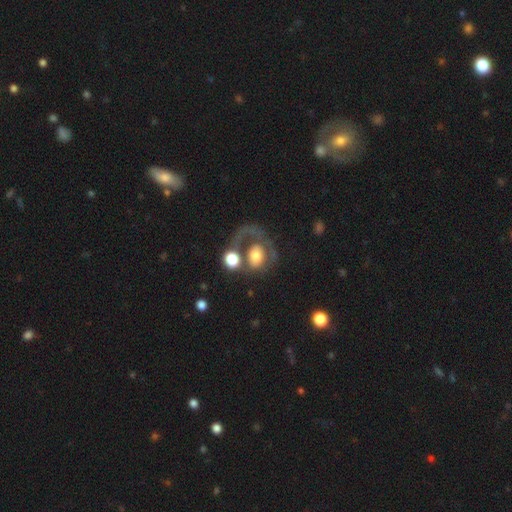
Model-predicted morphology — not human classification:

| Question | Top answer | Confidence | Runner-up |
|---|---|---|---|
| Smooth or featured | smooth | 48% | featured or disk (42%) |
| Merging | major disturbance | 35% | merger (27%) |